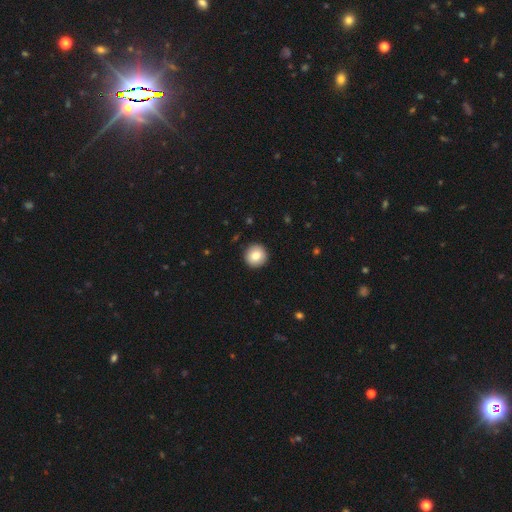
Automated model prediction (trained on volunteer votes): Smooth or featured: smooth — 83% (featured or disk — 9%)
How rounded: round — 95% (in between — 4%)
Merging: none — 92% (minor disturbance — 5%)